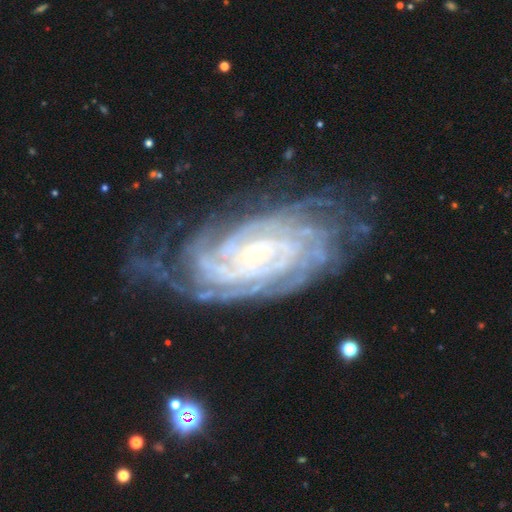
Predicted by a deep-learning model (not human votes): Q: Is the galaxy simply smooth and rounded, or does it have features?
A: featured or disk — 92%.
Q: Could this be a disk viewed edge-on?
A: no — 97%.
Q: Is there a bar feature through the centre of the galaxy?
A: no — 59%.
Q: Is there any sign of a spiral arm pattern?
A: yes — 99%.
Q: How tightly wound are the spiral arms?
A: tight — 83%.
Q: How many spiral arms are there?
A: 4 — 24%.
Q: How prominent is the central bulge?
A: small — 85%.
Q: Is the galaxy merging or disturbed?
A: none — 68%.